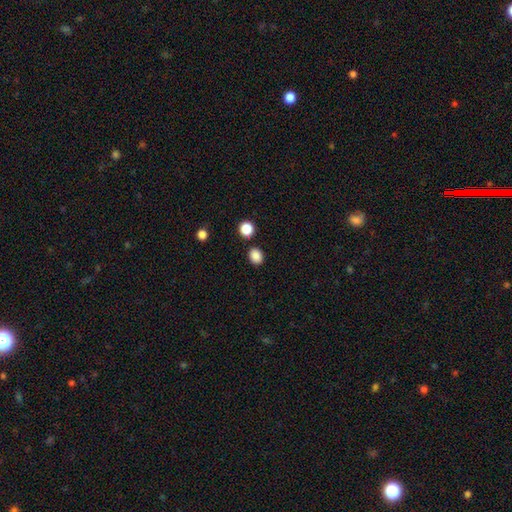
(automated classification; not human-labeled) This appears to be a smooth galaxy with no disk features (86%) that is round (56%). Merging: none (85%).